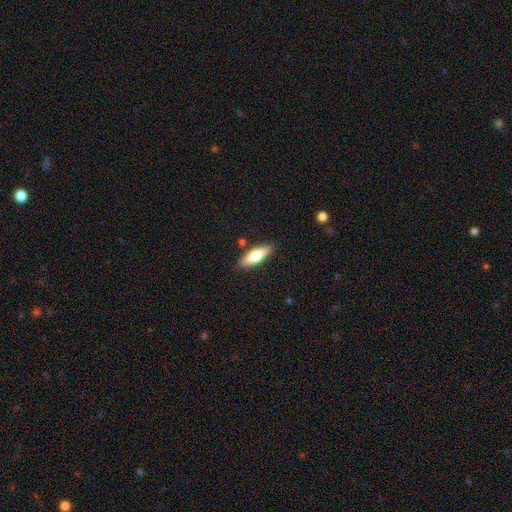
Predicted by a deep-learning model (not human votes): A smooth galaxy with no disk features (69%) that is cigar-shaped (49%, tied with in between). Merging: none (85%).